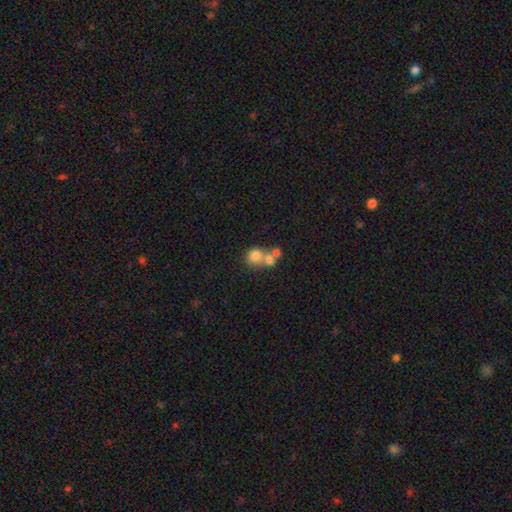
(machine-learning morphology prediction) Q: Smooth or featured?
A: smooth (71%); runner-up: featured or disk (18%)
Q: How rounded?
A: round (77%); runner-up: in between (22%)
Q: Merging?
A: merger (58%); runner-up: none (31%)